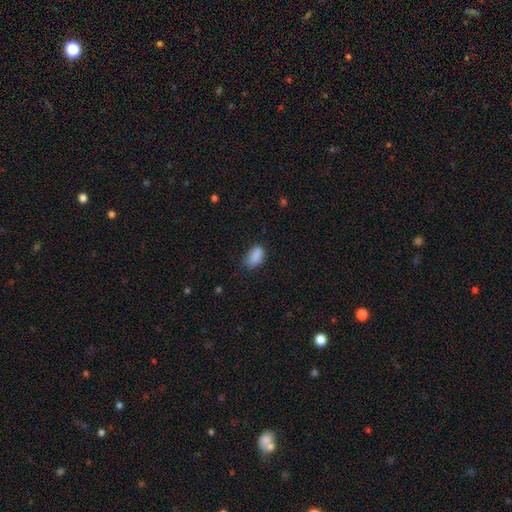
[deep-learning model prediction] smooth_or_featured: smooth (p=0.87) [alt: star or artifact p=0.08]
how_rounded: in between (p=0.91) [alt: round p=0.06]
merging: none (p=0.64) [alt: minor disturbance p=0.28]